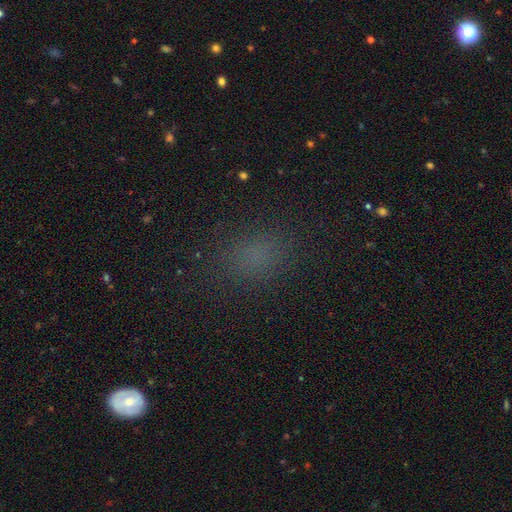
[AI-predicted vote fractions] Smooth or featured?
  - smooth: 70% *
  - star or artifact: 23%
  - featured or disk: 7%
How rounded?
  - in between: 64% *
  - round: 33%
  - cigar-shaped: 3%
Merging?
  - none: 81% *
  - minor disturbance: 12%
  - major disturbance: 5%
  - merger: 1%